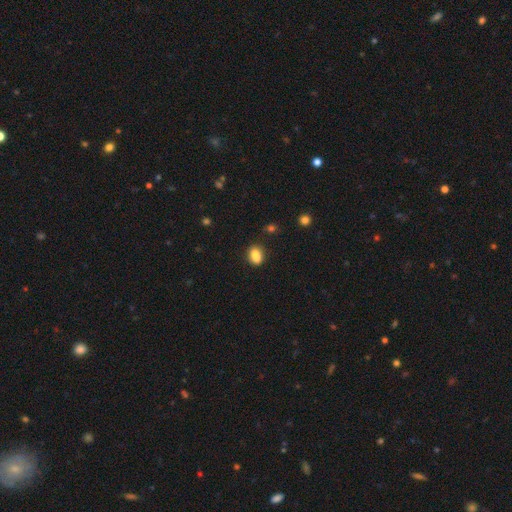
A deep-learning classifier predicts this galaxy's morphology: type=smooth (83%); roundness=in between (73%); merging=none (66%).